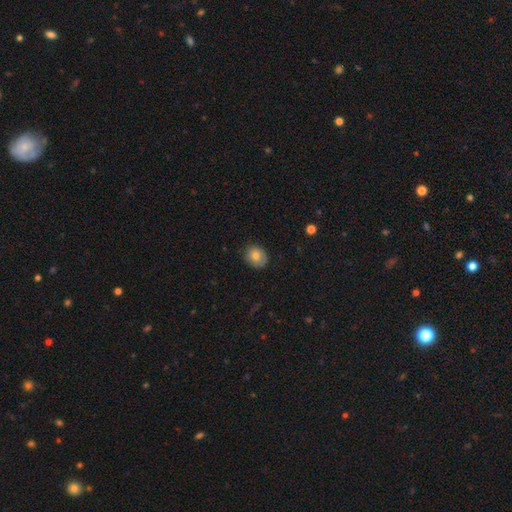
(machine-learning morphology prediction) smooth_or_featured: smooth (p=0.77) [alt: featured or disk p=0.15]
how_rounded: round (p=0.64) [alt: in between p=0.35]
merging: none (p=0.82) [alt: minor disturbance p=0.15]